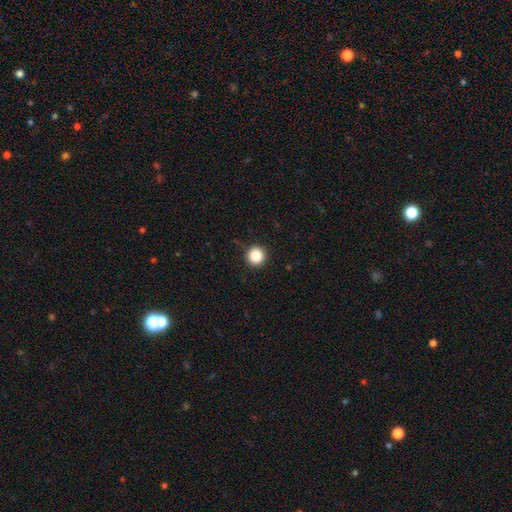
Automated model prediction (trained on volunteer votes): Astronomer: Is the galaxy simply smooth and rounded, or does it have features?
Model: smooth — 87%.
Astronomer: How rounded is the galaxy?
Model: round — 96%.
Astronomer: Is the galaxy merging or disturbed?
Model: none — 91%.